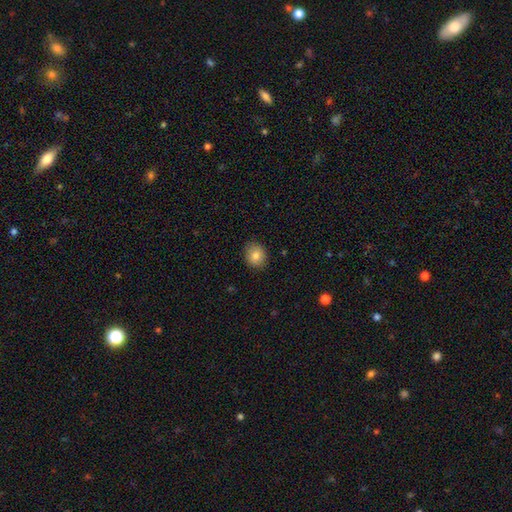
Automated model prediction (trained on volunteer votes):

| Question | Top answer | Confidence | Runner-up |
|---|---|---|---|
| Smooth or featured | smooth | 82% | star or artifact (10%) |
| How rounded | round | 76% | in between (23%) |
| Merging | none | 88% | minor disturbance (9%) |